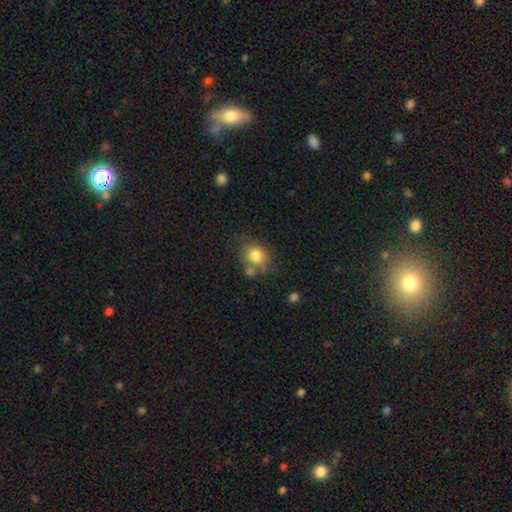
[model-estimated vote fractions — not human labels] smooth-or-featured: smooth: 79% | featured or disk: 11% | star or artifact: 10%
  how-rounded: round: 64% | in between: 35% | cigar-shaped: 1%
  merging: none: 56% | minor disturbance: 21% | merger: 17% | major disturbance: 7%